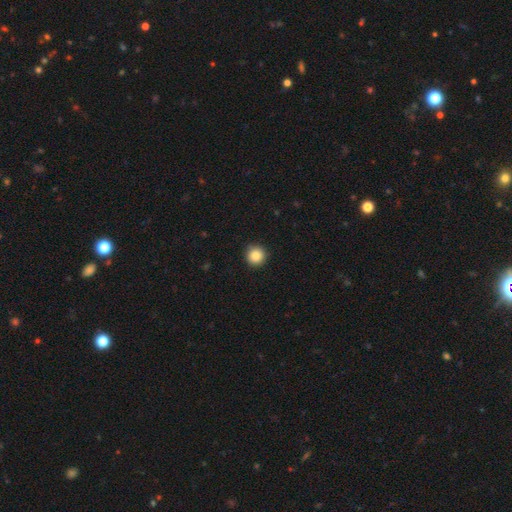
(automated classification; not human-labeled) Smooth or featured?
  - smooth: 86% *
  - star or artifact: 9%
  - featured or disk: 5%
How rounded?
  - round: 95% *
  - in between: 4%
  - cigar-shaped: 1%
Merging?
  - none: 91% *
  - minor disturbance: 6%
  - major disturbance: 2%
  - merger: 1%